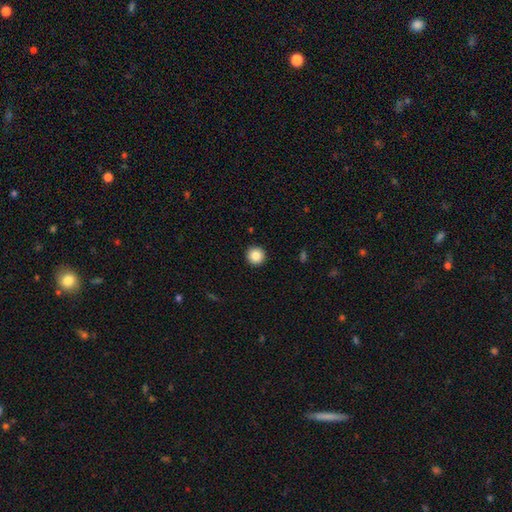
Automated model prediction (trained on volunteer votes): Smooth or featured? smooth (86%)
How rounded? round (96%)
Merging? none (93%)